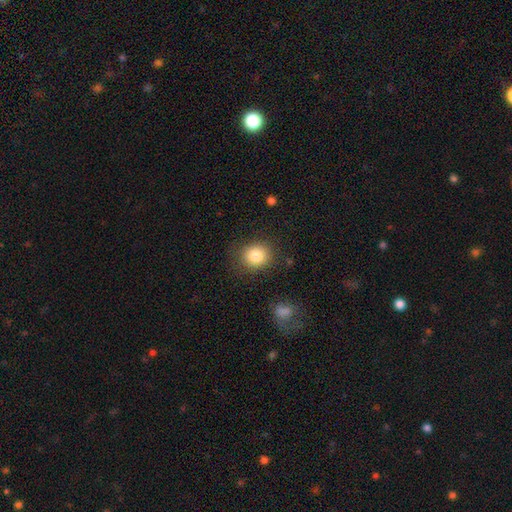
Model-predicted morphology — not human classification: smooth 83%, star or artifact 10%, featured or disk 7%. Down the decision tree: how rounded — round (75%); merging — none (82%).